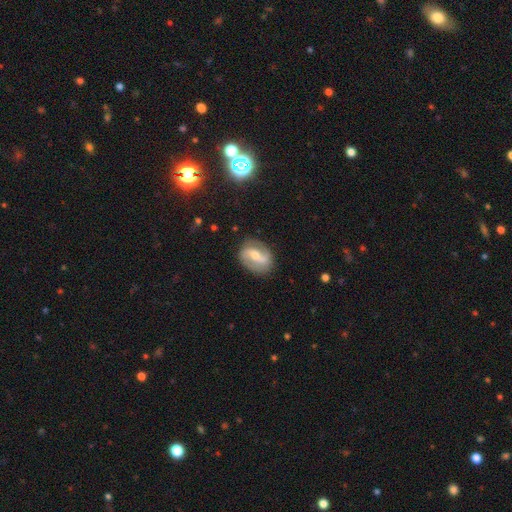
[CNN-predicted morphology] Q: Smooth or featured?
A: featured or disk (79%); runner-up: smooth (16%)
Q: Edge-on disk?
A: no (97%); runner-up: yes (3%)
Q: Bar?
A: weak (41%); runner-up: strong (35%)
Q: Spiral arms?
A: yes (91%); runner-up: no (9%)
Q: Spiral winding?
A: medium (42%); runner-up: loose (39%)
Q: Spiral arm count?
A: 2 (89%); runner-up: can't tell (5%)
Q: Bulge size?
A: moderate (51%); runner-up: small (43%)
Q: Merging?
A: none (81%); runner-up: minor disturbance (13%)